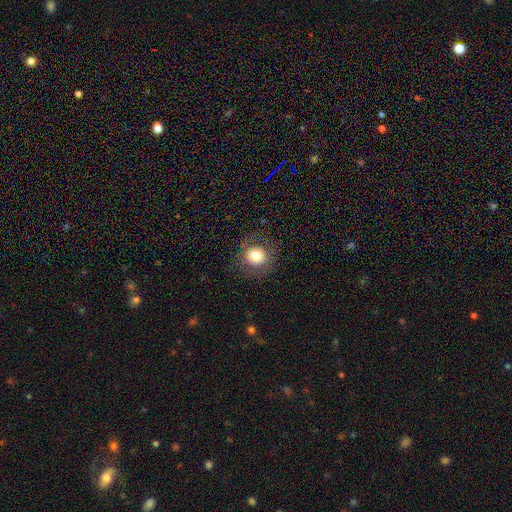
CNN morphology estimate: Smooth or featured?
  - smooth: 74% *
  - featured or disk: 15%
  - star or artifact: 11%
How rounded?
  - round: 90% *
  - in between: 9%
  - cigar-shaped: 1%
Merging?
  - none: 84% *
  - minor disturbance: 9%
  - major disturbance: 6%
  - merger: 1%